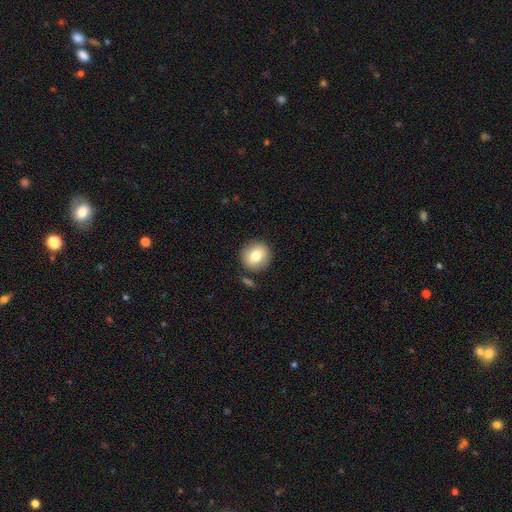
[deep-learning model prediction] Smooth or featured? Predicted: smooth (p=0.77). How rounded? Predicted: round (p=0.90). Merging? Predicted: none (p=0.85).